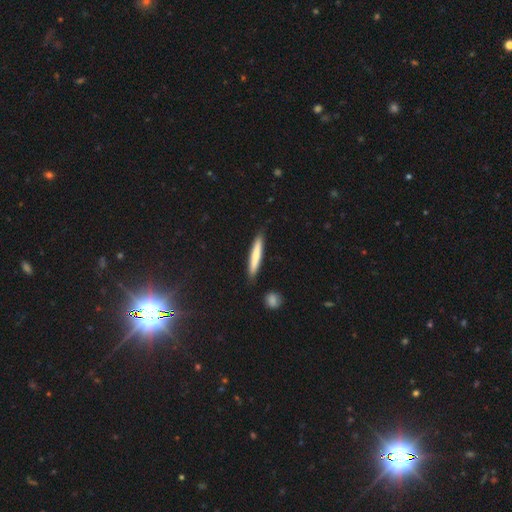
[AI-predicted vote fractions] This appears to be a smooth galaxy with no disk features (70%) that is cigar-shaped (93%). Merging: none (87%).